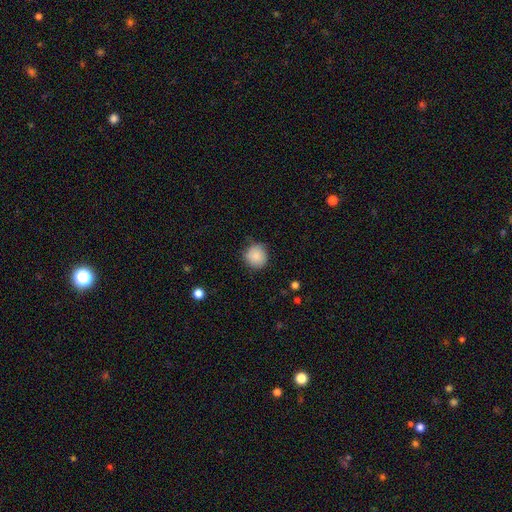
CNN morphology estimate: A smooth galaxy with no disk features (87%) that is round (91%). Merging: none (79%).